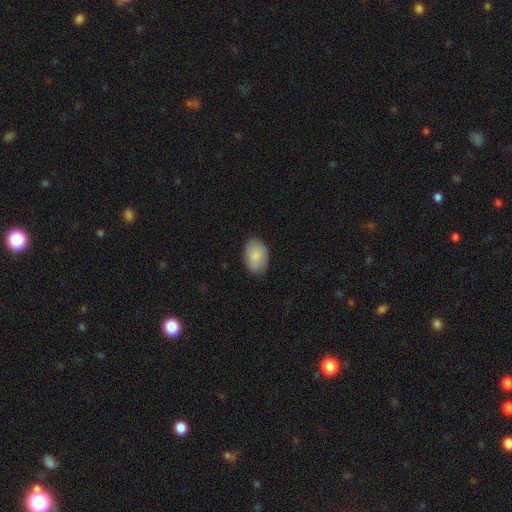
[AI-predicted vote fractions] Smooth or featured?
  - smooth: 87% *
  - featured or disk: 7%
  - star or artifact: 6%
How rounded?
  - in between: 89% *
  - round: 10%
  - cigar-shaped: 1%
Merging?
  - none: 85% *
  - minor disturbance: 12%
  - major disturbance: 2%
  - merger: 1%